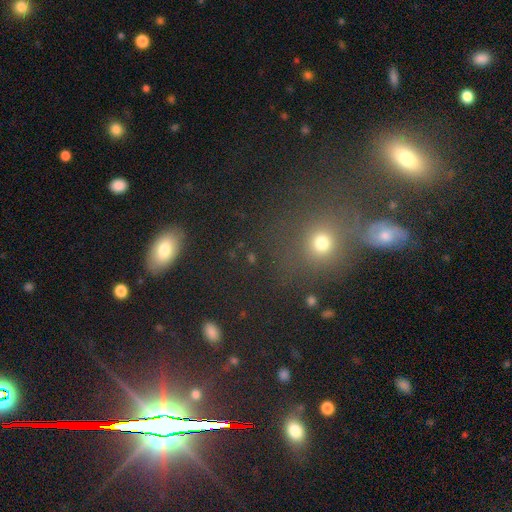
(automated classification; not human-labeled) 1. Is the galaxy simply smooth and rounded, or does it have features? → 49% star or artifact, 39% smooth, 12% featured or disk.